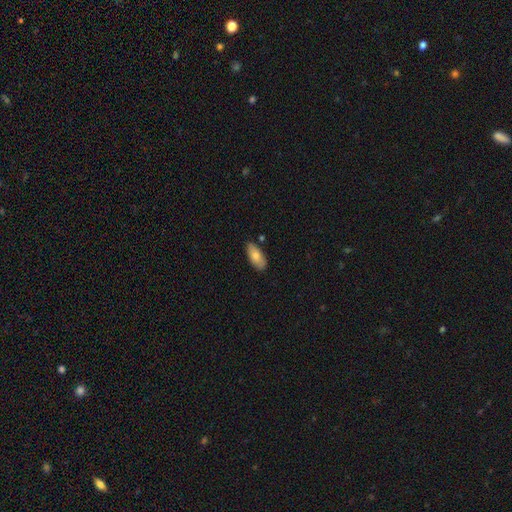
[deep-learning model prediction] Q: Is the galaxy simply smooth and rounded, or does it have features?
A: smooth — 77%.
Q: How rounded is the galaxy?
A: in between — 89%.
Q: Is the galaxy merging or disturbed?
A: none — 81%.